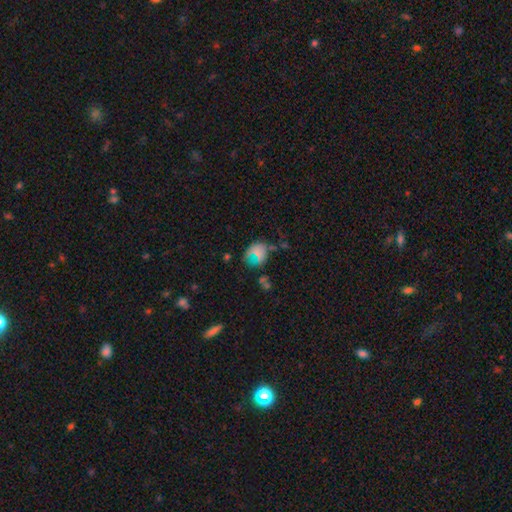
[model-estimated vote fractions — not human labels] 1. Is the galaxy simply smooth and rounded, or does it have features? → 59% smooth, 23% star or artifact, 18% featured or disk.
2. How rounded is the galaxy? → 54% round, 44% in between, 2% cigar-shaped.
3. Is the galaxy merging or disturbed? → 50% none, 24% minor disturbance, 17% major disturbance, 9% merger.